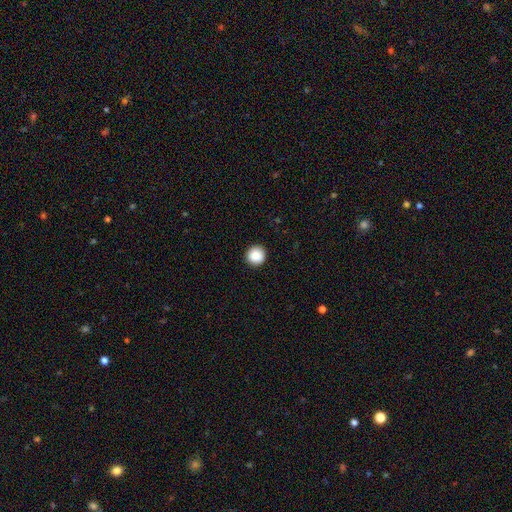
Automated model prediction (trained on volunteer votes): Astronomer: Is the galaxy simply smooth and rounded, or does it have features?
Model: smooth — 89%.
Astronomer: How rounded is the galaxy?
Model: round — 96%.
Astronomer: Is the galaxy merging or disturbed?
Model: none — 93%.